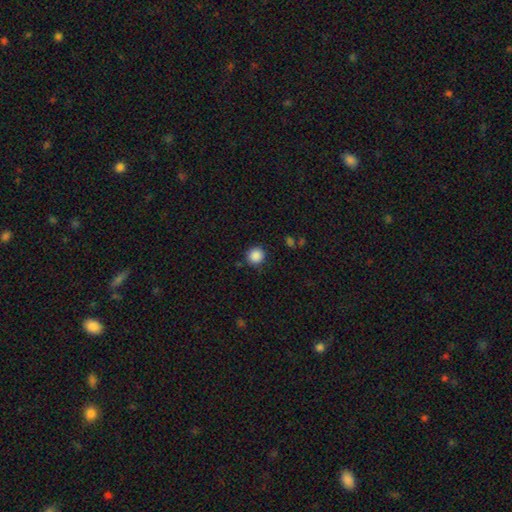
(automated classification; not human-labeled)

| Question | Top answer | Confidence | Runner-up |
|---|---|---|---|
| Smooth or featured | smooth | 88% | star or artifact (10%) |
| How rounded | round | 93% | in between (6%) |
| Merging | none | 89% | minor disturbance (7%) |